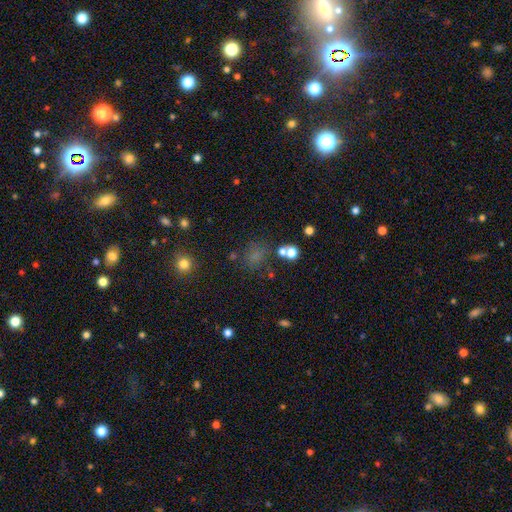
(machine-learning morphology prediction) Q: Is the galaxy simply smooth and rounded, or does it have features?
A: smooth — 58%.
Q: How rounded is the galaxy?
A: round — 65%.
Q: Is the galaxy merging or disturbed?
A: none — 69%.